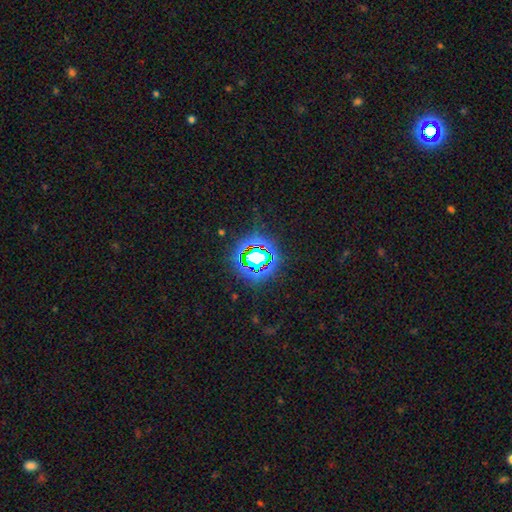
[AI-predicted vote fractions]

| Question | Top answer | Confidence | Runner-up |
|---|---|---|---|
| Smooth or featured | star or artifact | 73% | smooth (16%) |